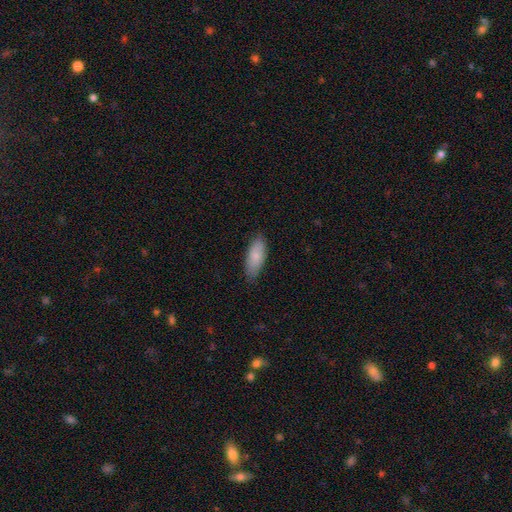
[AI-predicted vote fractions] The model was most divided on "how rounded": in between: 78%, cigar-shaped: 20%, round: 2%. More confident: smooth or featured — smooth (83%); merging — none (82%).